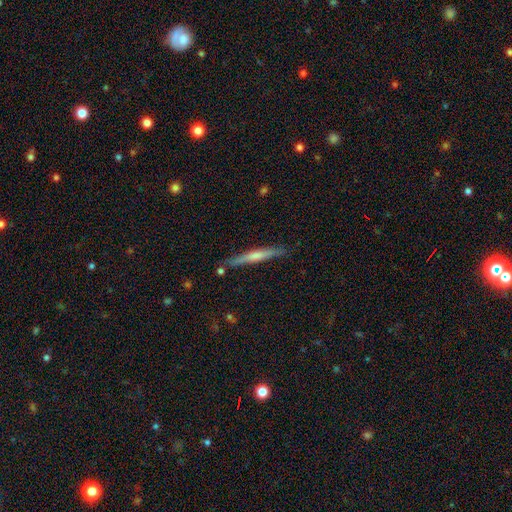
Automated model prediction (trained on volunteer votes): Smooth or featured?
  - featured or disk: 55% *
  - smooth: 39%
  - star or artifact: 6%
Edge-on disk?
  - yes: 97% *
  - no: 3%
Edge-on bulge?
  - rounded: 50% *
  - none: 36%
  - boxy: 14%
Merging?
  - none: 85% *
  - minor disturbance: 11%
  - merger: 2%
  - major disturbance: 2%